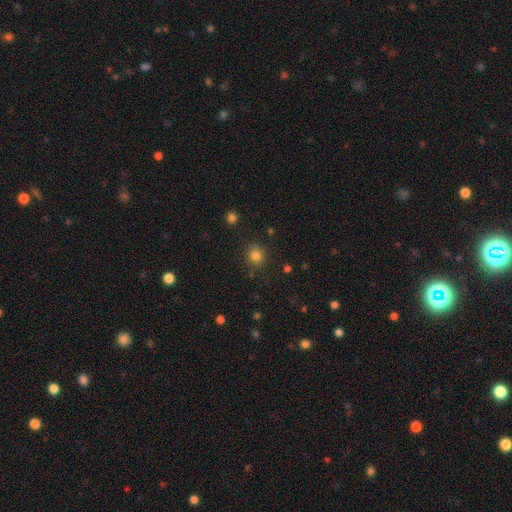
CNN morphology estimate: smooth-or-featured: smooth: 81% | star or artifact: 14% | featured or disk: 5%
  how-rounded: round: 83% | in between: 16% | cigar-shaped: 1%
  merging: none: 86% | minor disturbance: 9% | major disturbance: 3% | merger: 2%